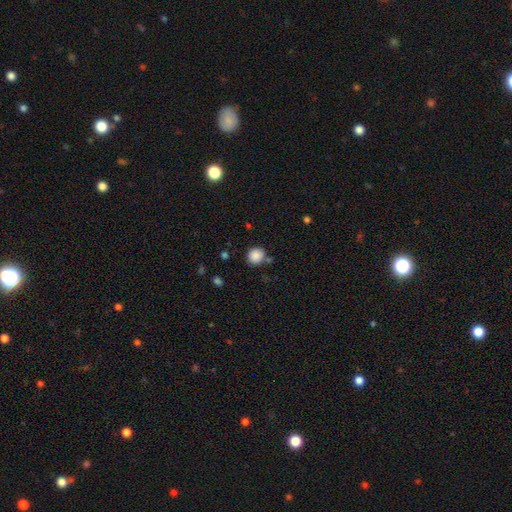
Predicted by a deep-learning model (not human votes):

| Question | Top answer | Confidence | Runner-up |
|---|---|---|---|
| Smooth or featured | smooth | 87% | star or artifact (10%) |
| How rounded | round | 87% | in between (12%) |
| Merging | none | 79% | minor disturbance (11%) |